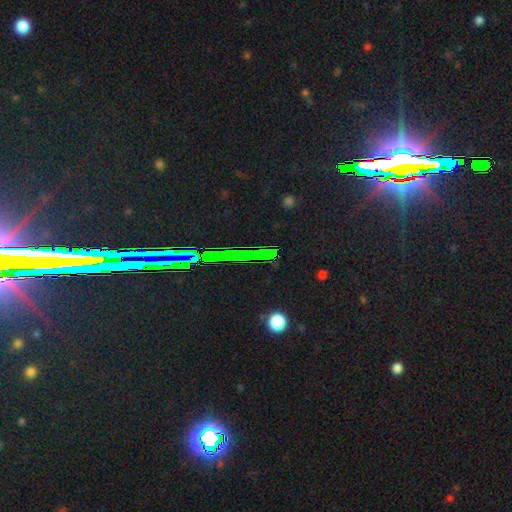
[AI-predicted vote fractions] Smooth or featured? star or artifact (78%)